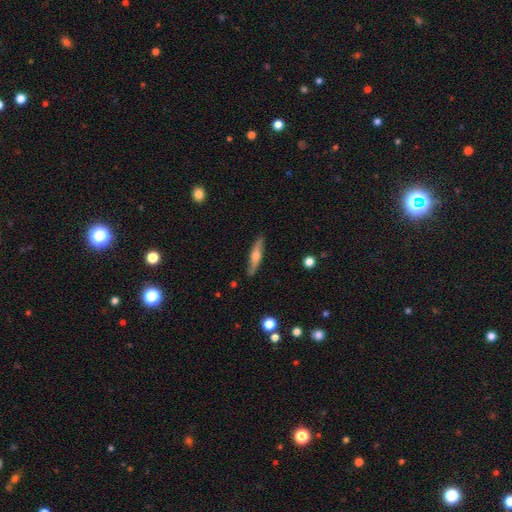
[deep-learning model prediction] Morphology: type=featured or disk (54%); edge-on=yes (81%); merging=none (83%).